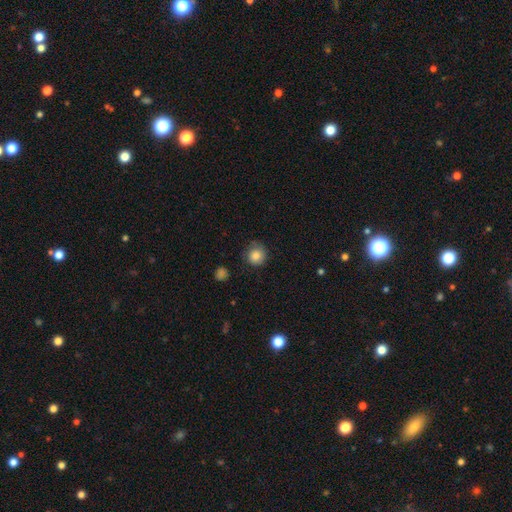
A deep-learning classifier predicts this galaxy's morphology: The model was most divided on "merging": none: 76%, minor disturbance: 18%, major disturbance: 5%, merger: 2%. More confident: how rounded — round (91%); smooth or featured — smooth (83%).